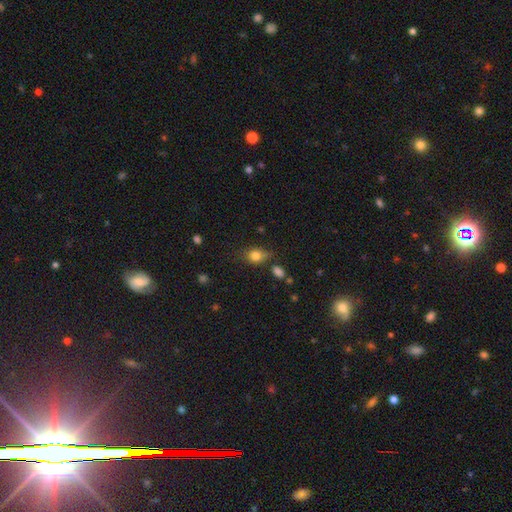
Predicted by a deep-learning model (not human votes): Smooth or featured? Predicted: smooth (p=0.80). How rounded? Predicted: in between (p=0.50). Merging? Predicted: none (p=0.59).